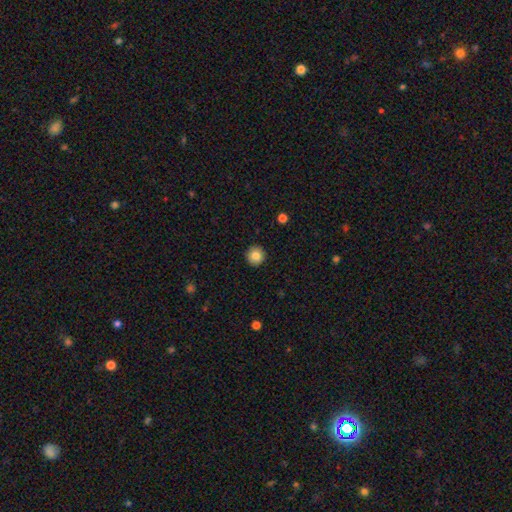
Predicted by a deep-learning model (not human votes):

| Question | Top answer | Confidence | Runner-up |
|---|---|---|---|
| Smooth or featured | smooth | 83% | star or artifact (9%) |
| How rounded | round | 95% | in between (4%) |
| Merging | none | 92% | minor disturbance (5%) |